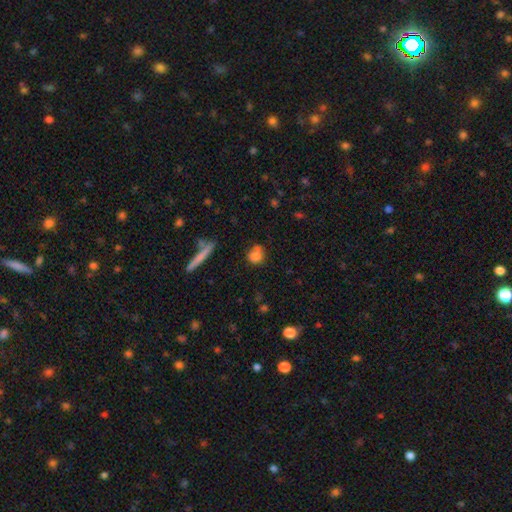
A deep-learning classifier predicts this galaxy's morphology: This appears to be a smooth galaxy with no disk features (78%) that is round (74%). Merging: none (60%).